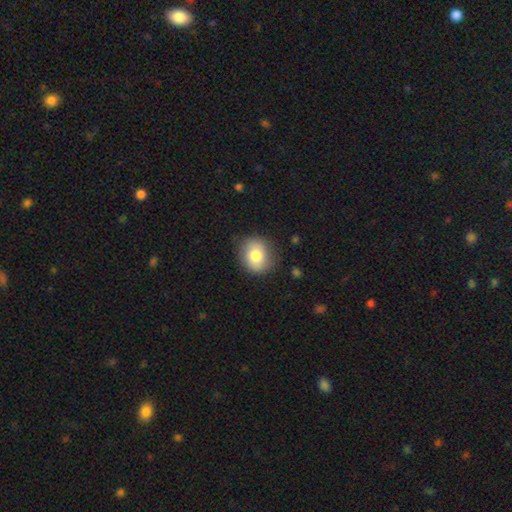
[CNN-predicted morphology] Smooth or featured? smooth (78%)
How rounded? round (69%)
Merging? none (80%)